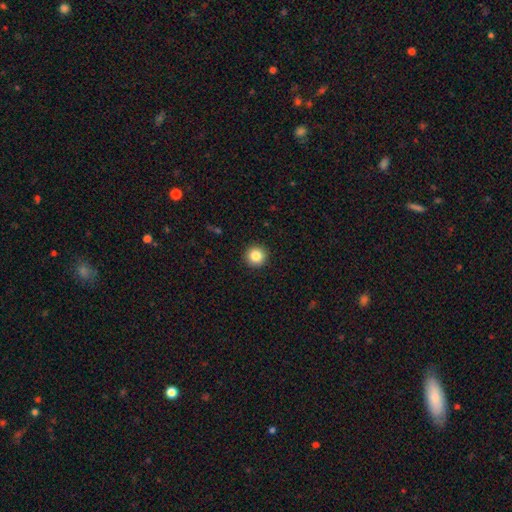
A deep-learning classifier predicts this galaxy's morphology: type=smooth (85%); roundness=round (95%); merging=none (93%).